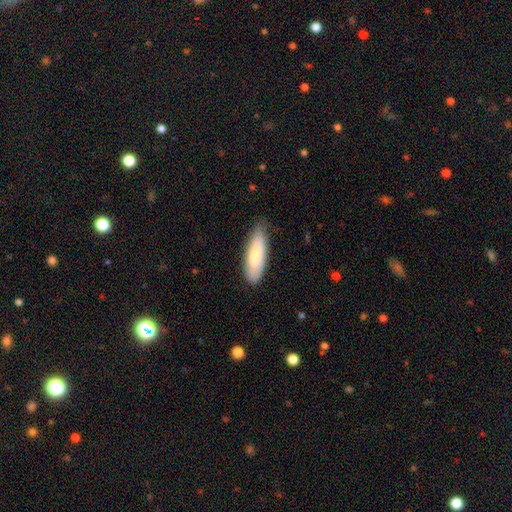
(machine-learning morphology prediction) Q: Smooth or featured?
A: smooth (74%); runner-up: featured or disk (21%)
Q: How rounded?
A: in between (59%); runner-up: cigar-shaped (39%)
Q: Merging?
A: none (74%); runner-up: minor disturbance (21%)